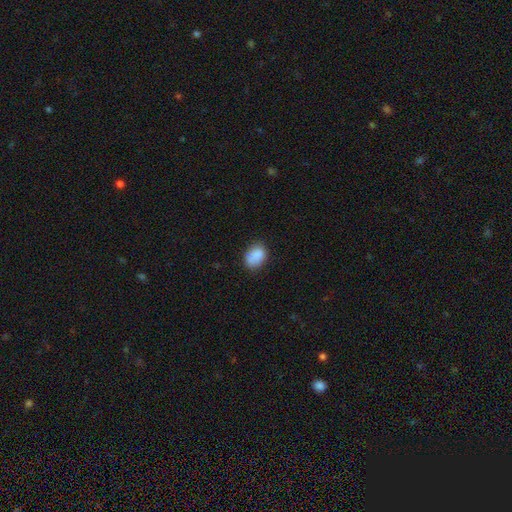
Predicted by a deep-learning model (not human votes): A smooth galaxy with no disk features (85%) that is in between round and cigar-shaped (75%). Merging: none (68%).